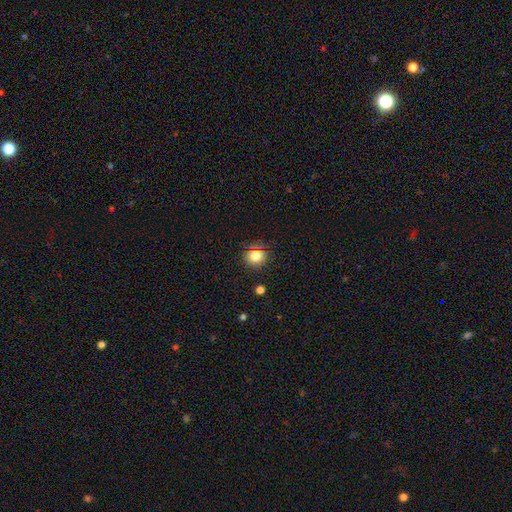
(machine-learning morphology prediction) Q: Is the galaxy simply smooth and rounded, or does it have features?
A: smooth — 79%.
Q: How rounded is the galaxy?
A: round — 85%.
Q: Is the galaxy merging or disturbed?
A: none — 86%.